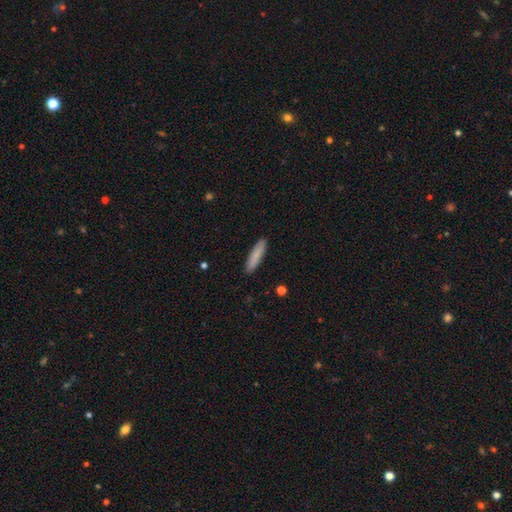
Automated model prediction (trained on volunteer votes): smooth 84%, featured or disk 11%, star or artifact 6%. Down the decision tree: how rounded — cigar-shaped (80%); merging — none (90%).